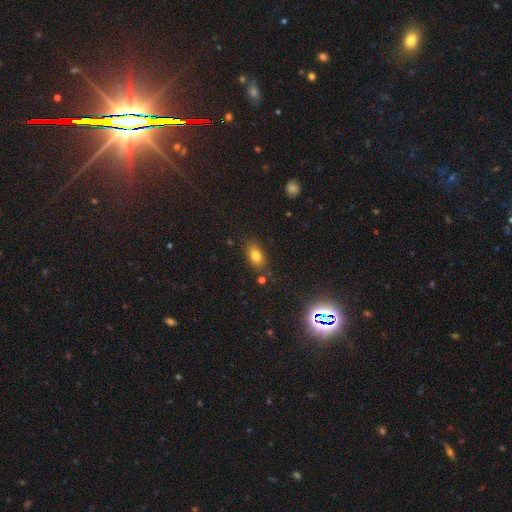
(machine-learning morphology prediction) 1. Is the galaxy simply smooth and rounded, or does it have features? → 79% smooth, 12% star or artifact, 10% featured or disk.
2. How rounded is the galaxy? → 85% in between, 12% round, 3% cigar-shaped.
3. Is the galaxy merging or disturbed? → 80% none, 13% minor disturbance, 4% merger, 3% major disturbance.